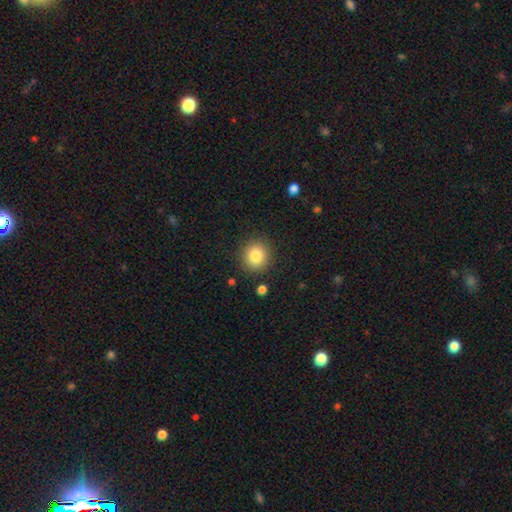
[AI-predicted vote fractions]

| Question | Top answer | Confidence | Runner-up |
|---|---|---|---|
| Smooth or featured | smooth | 84% | star or artifact (10%) |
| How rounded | round | 88% | in between (12%) |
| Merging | none | 88% | minor disturbance (8%) |